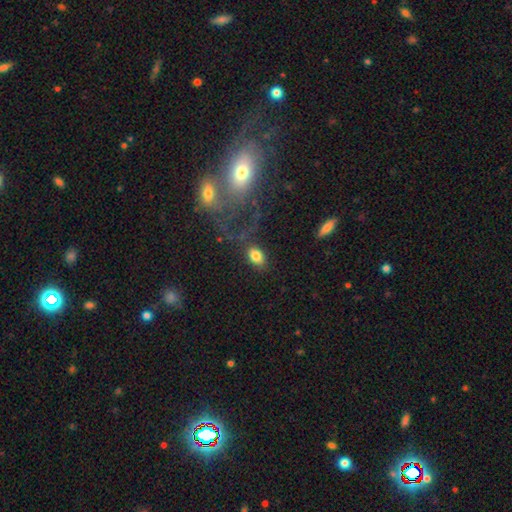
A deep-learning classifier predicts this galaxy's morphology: smooth 84%, star or artifact 9%, featured or disk 7%. Down the decision tree: how rounded — in between (84%); merging — none (78%).